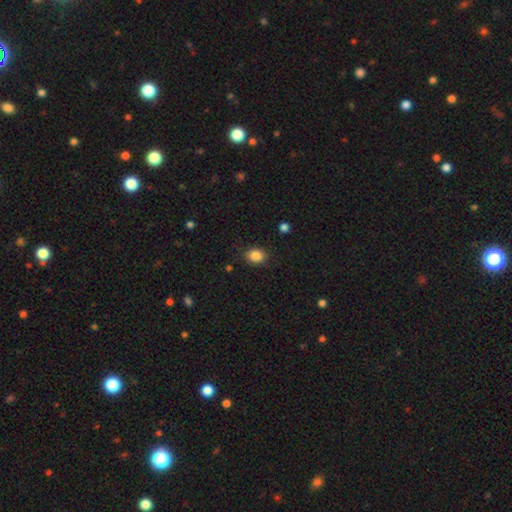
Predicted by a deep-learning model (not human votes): Q: Smooth or featured?
A: smooth (86%); runner-up: star or artifact (10%)
Q: How rounded?
A: in between (50%); runner-up: round (49%)
Q: Merging?
A: none (86%); runner-up: minor disturbance (10%)